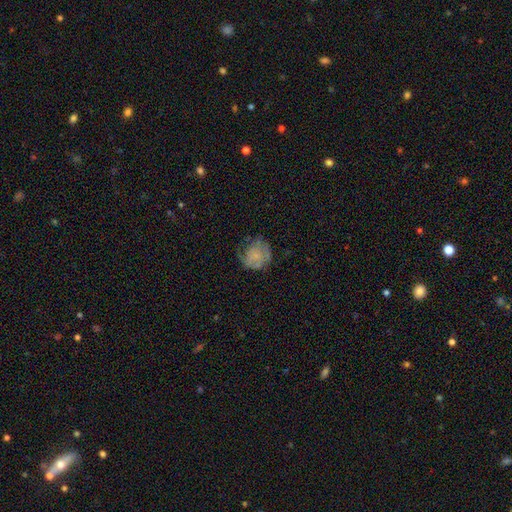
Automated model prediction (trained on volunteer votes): smooth-or-featured: smooth: 47% | featured or disk: 44% | star or artifact: 10%
  merging: none: 49% | minor disturbance: 27% | major disturbance: 22% | merger: 2%